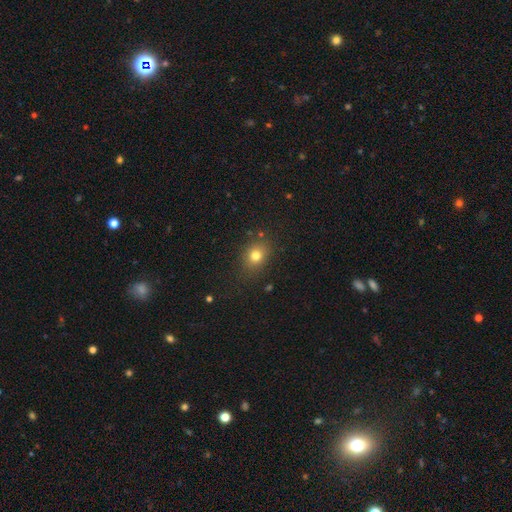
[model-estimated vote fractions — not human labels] A smooth galaxy with no disk features (77%) that is round (53%).

Vote fractions:
- Smooth or featured? smooth: 77% / star or artifact: 14% / featured or disk: 9%
- How rounded? round: 53% / in between: 46% / cigar-shaped: 1%
- Merging? none: 82% / minor disturbance: 12% / major disturbance: 4% / merger: 2%